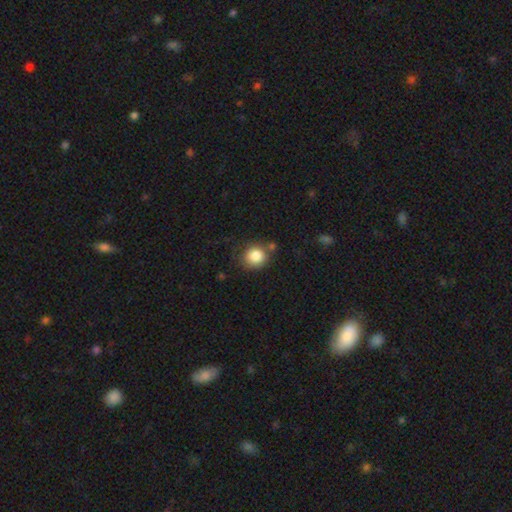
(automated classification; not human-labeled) Smooth or featured? smooth (85%)
How rounded? round (85%)
Merging? none (73%)